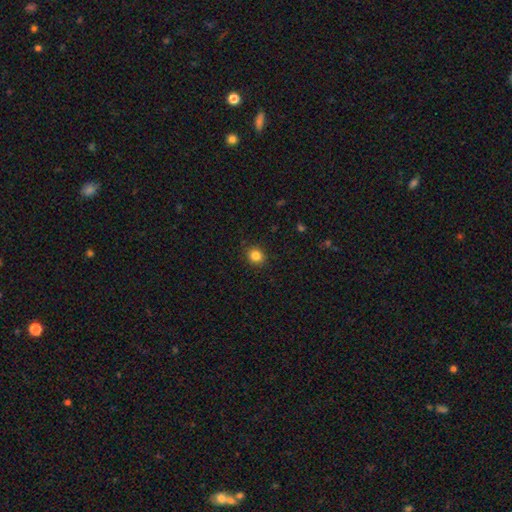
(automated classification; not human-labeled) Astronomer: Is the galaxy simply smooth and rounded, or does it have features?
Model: smooth — 84%.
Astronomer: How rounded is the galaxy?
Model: round — 79%.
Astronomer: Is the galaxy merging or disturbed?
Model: none — 90%.